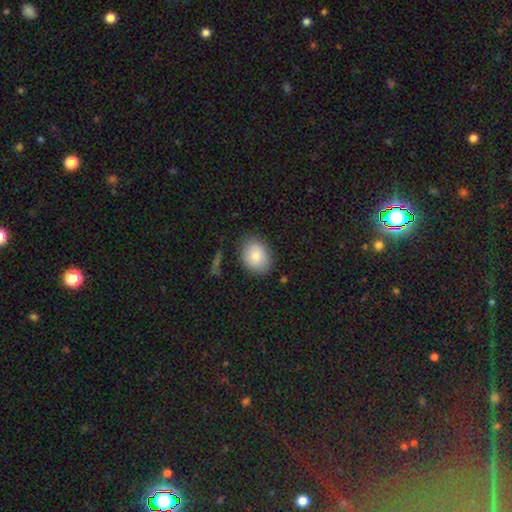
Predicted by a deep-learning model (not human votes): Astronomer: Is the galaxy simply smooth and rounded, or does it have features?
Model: smooth — 80%.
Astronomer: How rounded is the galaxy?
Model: in between — 61% (runner-up: round, 38%).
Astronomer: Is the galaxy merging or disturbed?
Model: none — 80%.